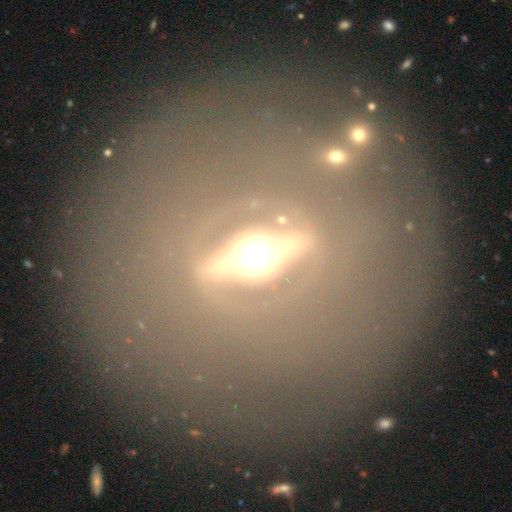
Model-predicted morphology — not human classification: featured or disk 79%, smooth 12%, star or artifact 9%. Down the decision tree: edge-on disk — yes (62%); merging — none (74%).